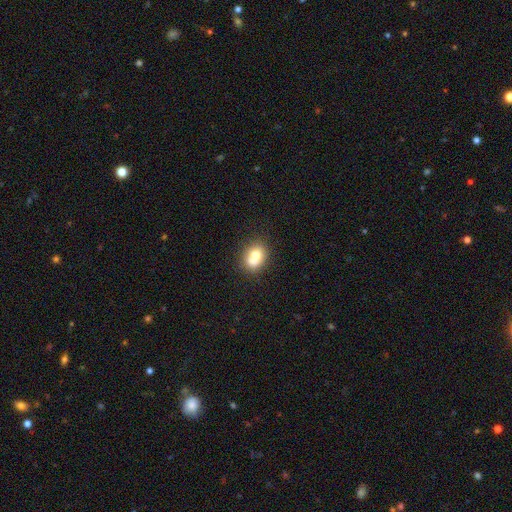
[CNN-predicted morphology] smooth-or-featured: smooth: 68% | featured or disk: 22% | star or artifact: 10%
  how-rounded: round: 56% | in between: 43% | cigar-shaped: 1%
  merging: merger: 43% | none: 41% | minor disturbance: 12% | major disturbance: 4%